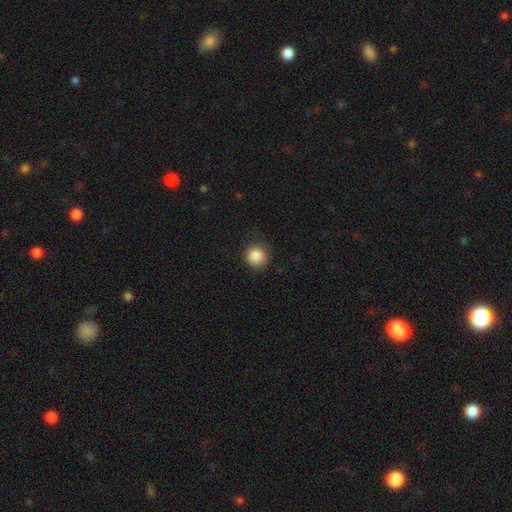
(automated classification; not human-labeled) Q: Smooth or featured?
A: smooth (88%); runner-up: star or artifact (9%)
Q: How rounded?
A: round (92%); runner-up: in between (7%)
Q: Merging?
A: none (85%); runner-up: minor disturbance (11%)